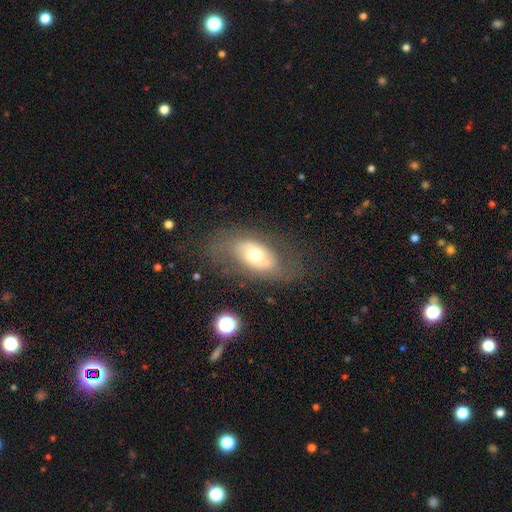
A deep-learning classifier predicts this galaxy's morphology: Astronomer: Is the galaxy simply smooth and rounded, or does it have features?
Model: featured or disk — 49% (runner-up: smooth, 42%).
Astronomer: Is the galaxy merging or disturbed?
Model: none — 66%.